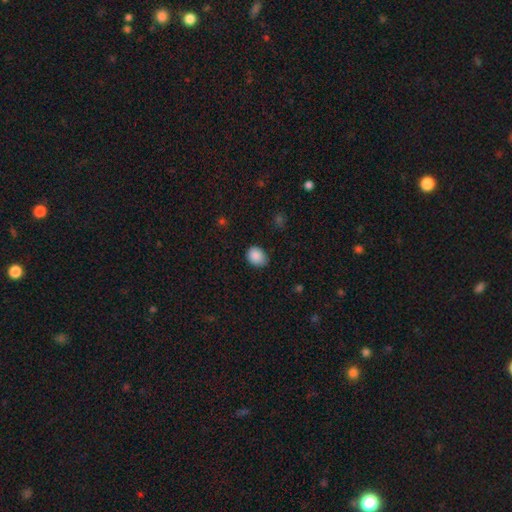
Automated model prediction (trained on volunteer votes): smooth_or_featured: smooth (p=0.88) [alt: star or artifact p=0.08]
how_rounded: in between (p=0.56) [alt: round p=0.43]
merging: none (p=0.77) [alt: minor disturbance p=0.19]